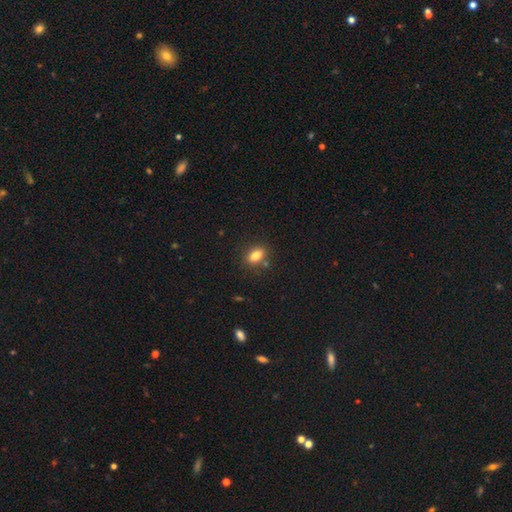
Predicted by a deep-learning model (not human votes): Smooth or featured: smooth — 81% (star or artifact — 10%)
How rounded: in between — 81% (round — 13%)
Merging: none — 81% (minor disturbance — 11%)